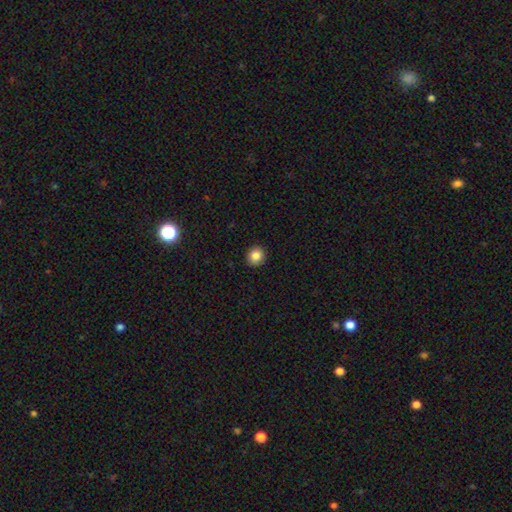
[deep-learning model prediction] Q: Smooth or featured?
A: smooth (85%); runner-up: star or artifact (10%)
Q: How rounded?
A: round (89%); runner-up: in between (10%)
Q: Merging?
A: none (92%); runner-up: minor disturbance (5%)